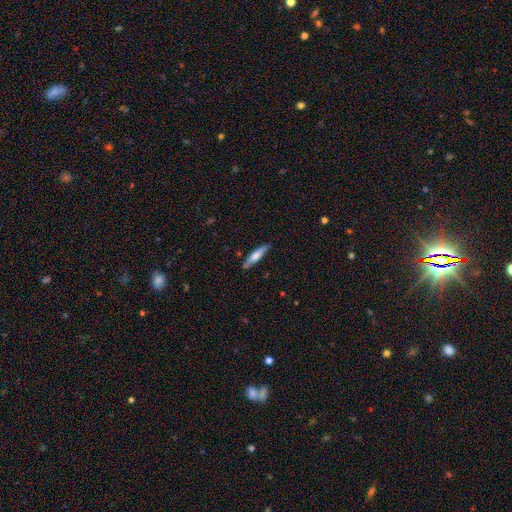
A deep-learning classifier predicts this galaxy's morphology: Smooth or featured? smooth (61%)
How rounded? cigar-shaped (85%)
Merging? none (85%)